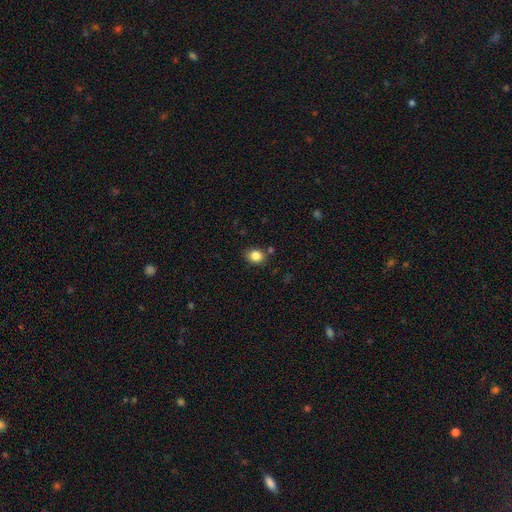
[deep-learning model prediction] Morphology: type=smooth (85%); roundness=round (54%); merging=none (80%).